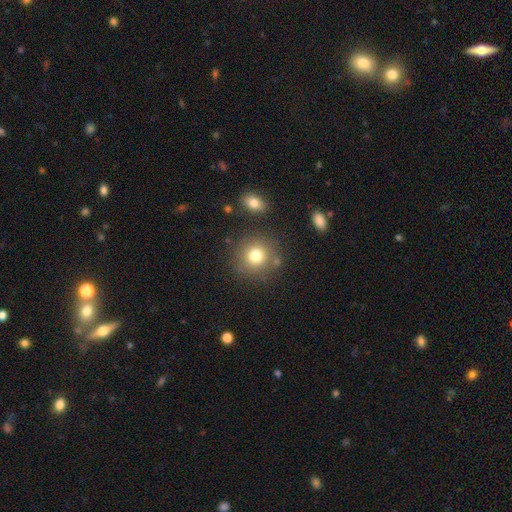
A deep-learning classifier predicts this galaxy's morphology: Overall: smooth (78%). How rounded: round (89%). Merging: none (80%).